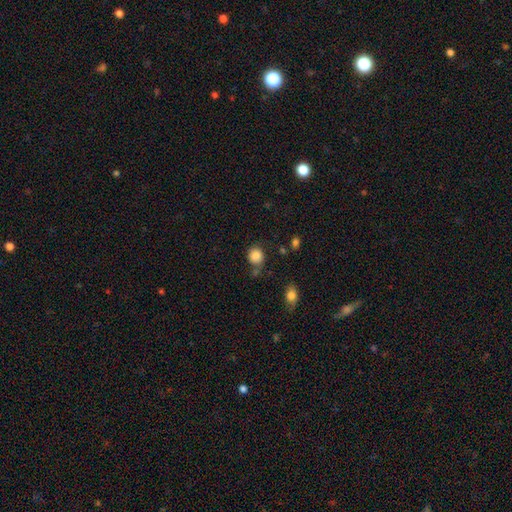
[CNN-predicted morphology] The model was most divided on "merging": none: 65%, minor disturbance: 19%, merger: 9%, major disturbance: 6%. More confident: smooth or featured — smooth (86%); how rounded — round (79%).